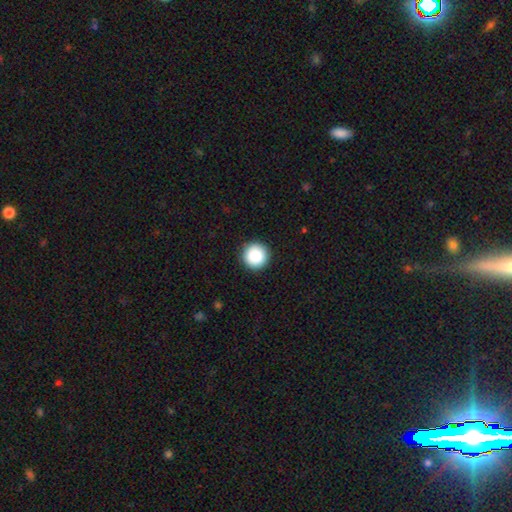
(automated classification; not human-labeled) A smooth galaxy with no disk features (87%) that is round (97%).

Vote fractions:
- Smooth or featured? smooth: 87% / star or artifact: 8% / featured or disk: 5%
- How rounded? round: 97% / in between: 2% / cigar-shaped: 1%
- Merging? none: 93% / minor disturbance: 5% / major disturbance: 1% / merger: 1%